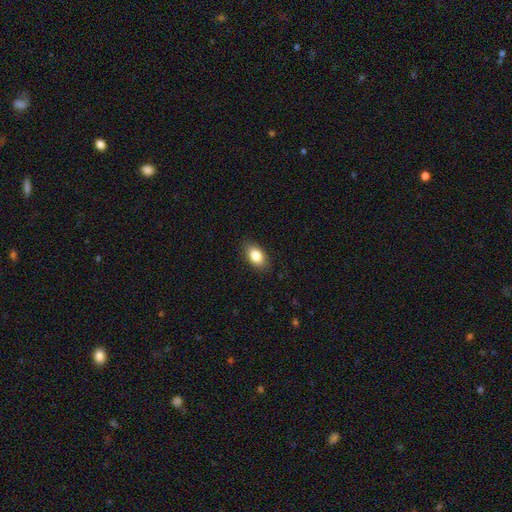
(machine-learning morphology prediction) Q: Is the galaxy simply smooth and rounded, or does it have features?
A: smooth — 84%.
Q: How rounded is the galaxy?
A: in between — 89%.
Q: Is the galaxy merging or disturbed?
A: none — 87%.